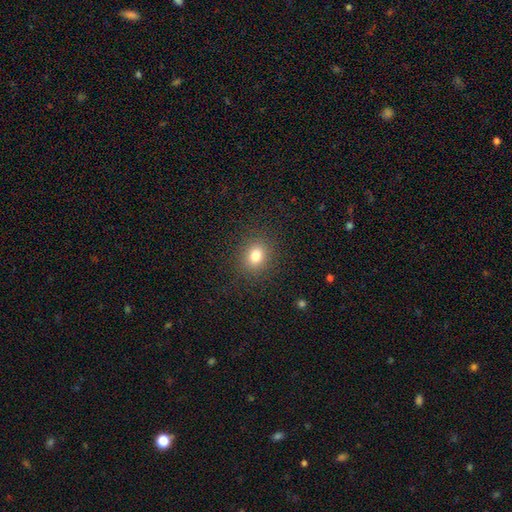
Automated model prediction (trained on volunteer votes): Smooth or featured?
  - smooth: 80% *
  - star or artifact: 13%
  - featured or disk: 8%
How rounded?
  - round: 60% *
  - in between: 39%
  - cigar-shaped: 1%
Merging?
  - none: 87% *
  - minor disturbance: 8%
  - major disturbance: 3%
  - merger: 1%